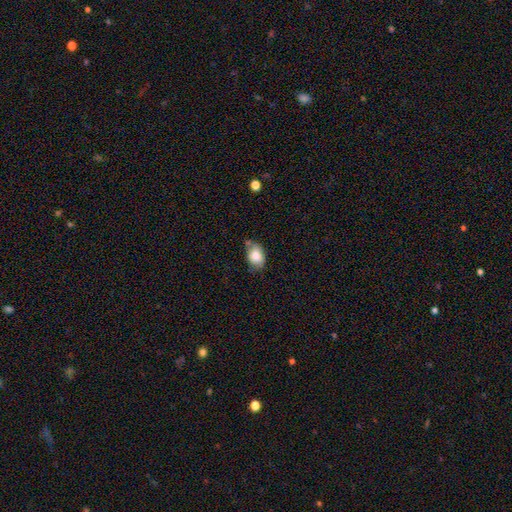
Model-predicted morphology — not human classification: Smooth or featured? smooth (83%)
How rounded? in between (79%)
Merging? none (54%)